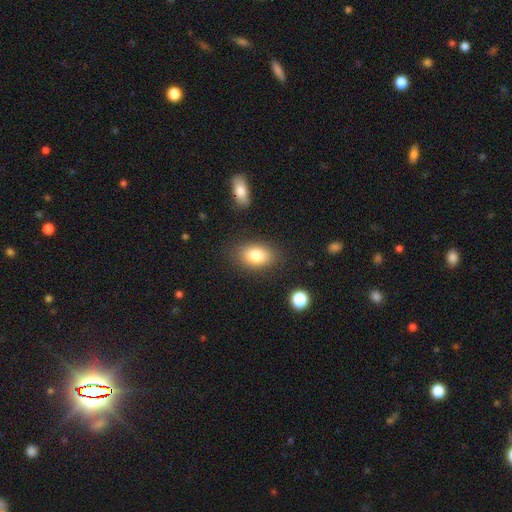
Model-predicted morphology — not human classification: This appears to be a smooth galaxy with no disk features (82%) that is in between round and cigar-shaped (86%). Merging: none (84%).